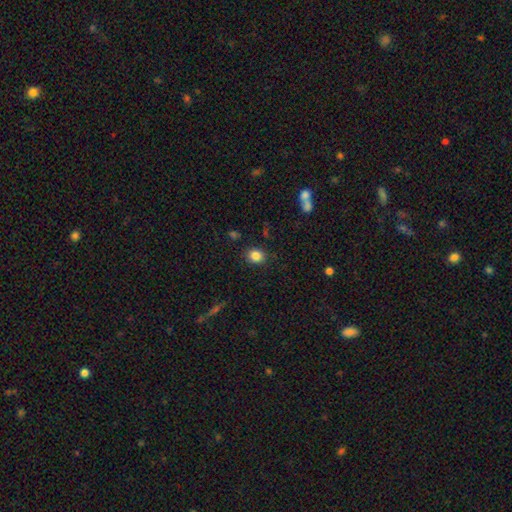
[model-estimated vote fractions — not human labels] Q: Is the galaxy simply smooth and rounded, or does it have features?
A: smooth — 84%.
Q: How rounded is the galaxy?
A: round — 73%.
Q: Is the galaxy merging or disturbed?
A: none — 87%.